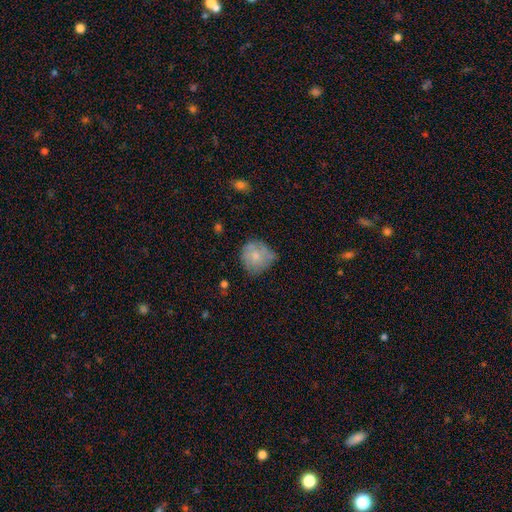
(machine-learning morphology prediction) Q: Smooth or featured?
A: smooth (66%); runner-up: featured or disk (27%)
Q: How rounded?
A: round (86%); runner-up: in between (13%)
Q: Merging?
A: none (59%); runner-up: minor disturbance (28%)